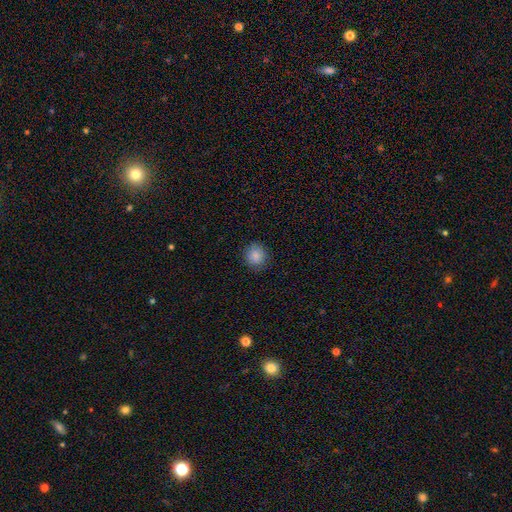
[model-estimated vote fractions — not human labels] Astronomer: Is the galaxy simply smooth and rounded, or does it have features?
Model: smooth — 87%.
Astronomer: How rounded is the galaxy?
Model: round — 87%.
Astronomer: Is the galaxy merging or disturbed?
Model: none — 88%.